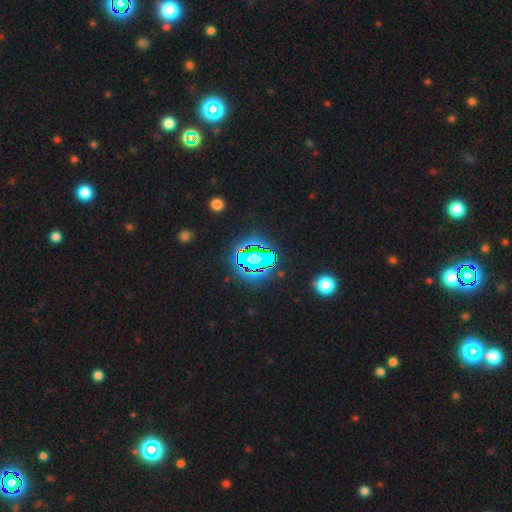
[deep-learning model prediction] This appears to be a star or artifact, not a galaxy (83%).